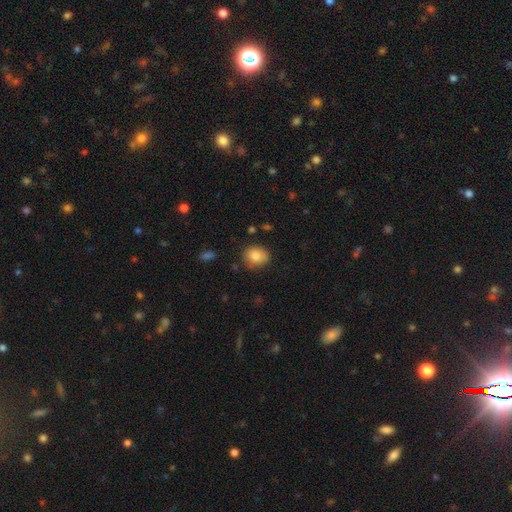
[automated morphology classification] type=smooth (82%); roundness=round (62%); merging=none (77%).